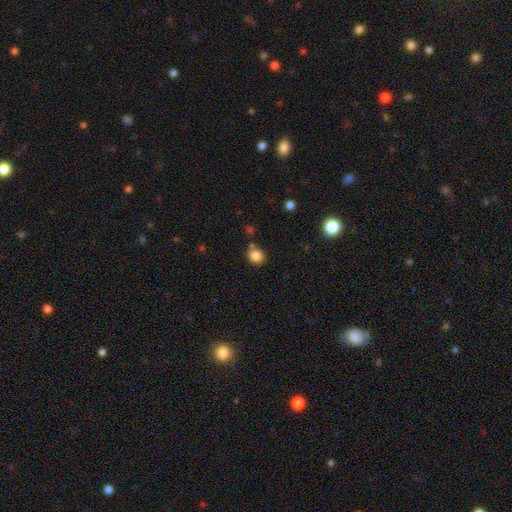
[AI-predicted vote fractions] smooth 84%, star or artifact 11%, featured or disk 5%. Down the decision tree: how rounded — round (73%); merging — none (74%).